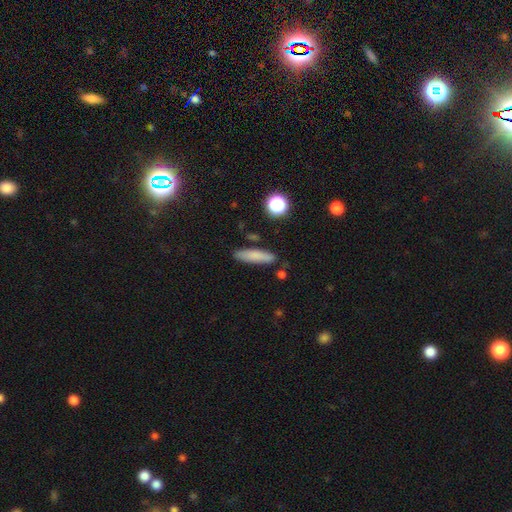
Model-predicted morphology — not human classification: type=smooth (80%); roundness=cigar-shaped (74%); merging=none (84%).